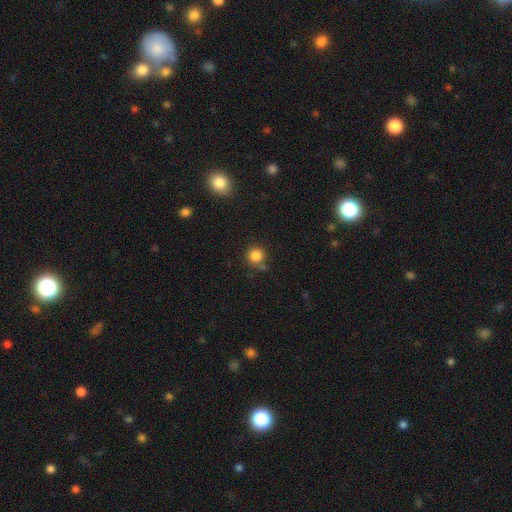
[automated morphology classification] smooth_or_featured: smooth (p=0.84) [alt: star or artifact p=0.12]
how_rounded: round (p=0.92) [alt: in between p=0.07]
merging: none (p=0.74) [alt: minor disturbance p=0.13]